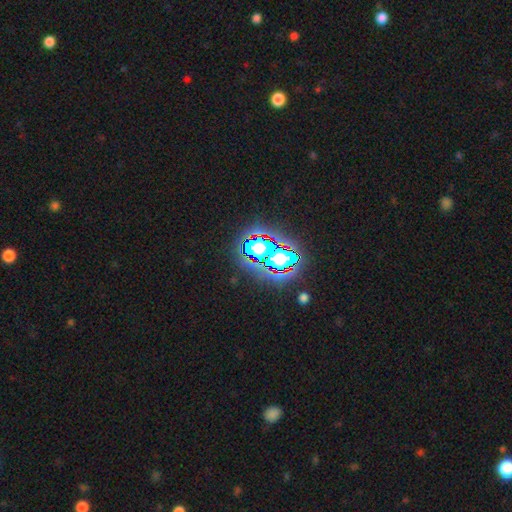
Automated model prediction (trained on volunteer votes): Smooth or featured? Predicted: star or artifact (p=0.60).